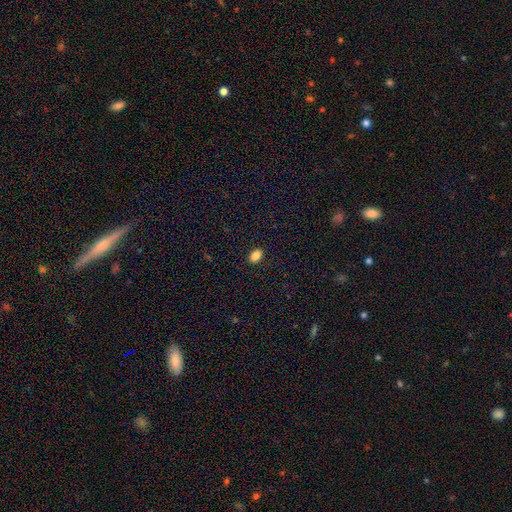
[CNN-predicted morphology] smooth-or-featured: smooth: 85% | star or artifact: 10% | featured or disk: 5%
  how-rounded: in between: 87% | round: 10% | cigar-shaped: 2%
  merging: none: 90% | minor disturbance: 8% | major disturbance: 2% | merger: 1%